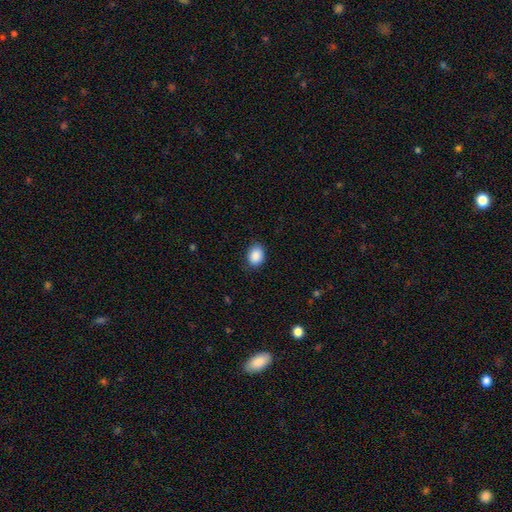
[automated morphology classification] The model was most divided on "how rounded": in between: 61%, round: 38%, cigar-shaped: 1%. More confident: smooth or featured — smooth (89%); merging — none (81%).